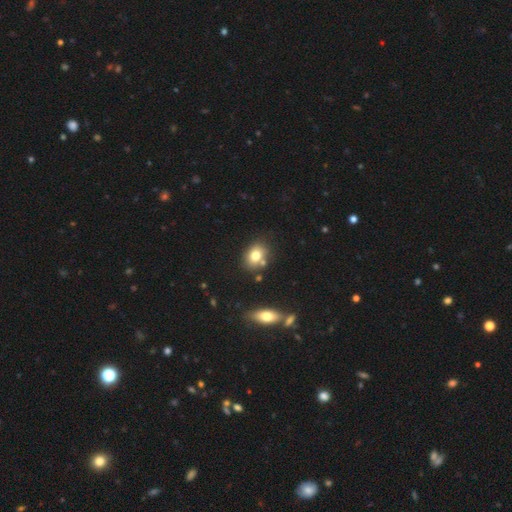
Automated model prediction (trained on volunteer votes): Q: Smooth or featured?
A: smooth (77%); runner-up: featured or disk (13%)
Q: How rounded?
A: in between (62%); runner-up: round (36%)
Q: Merging?
A: none (69%); runner-up: merger (15%)